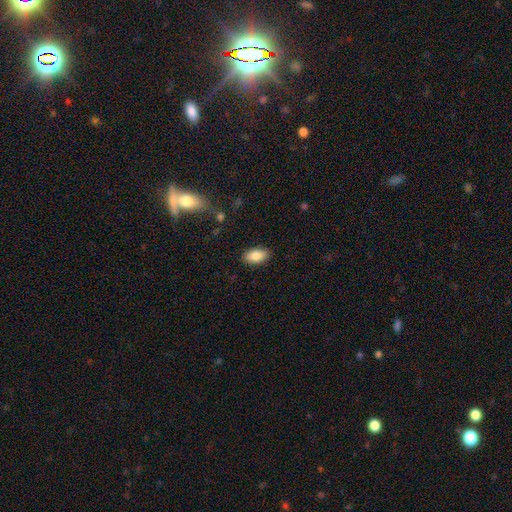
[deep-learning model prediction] smooth_or_featured: smooth (p=0.85) [alt: featured or disk p=0.08]
how_rounded: in between (p=0.93) [alt: round p=0.03]
merging: none (p=0.88) [alt: minor disturbance p=0.09]